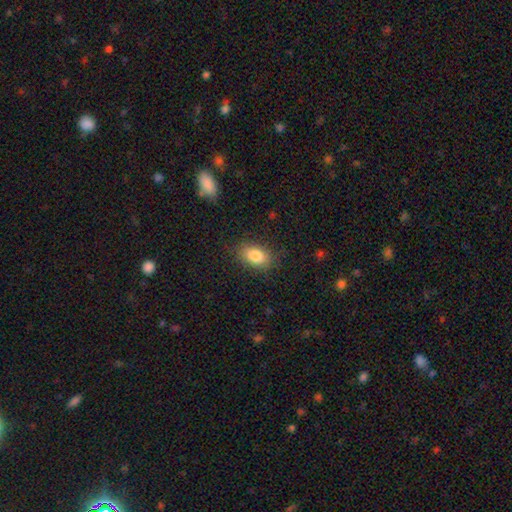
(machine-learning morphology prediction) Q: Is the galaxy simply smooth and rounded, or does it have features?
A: smooth — 83%.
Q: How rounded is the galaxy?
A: in between — 86%.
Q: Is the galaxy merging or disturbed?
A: none — 83%.